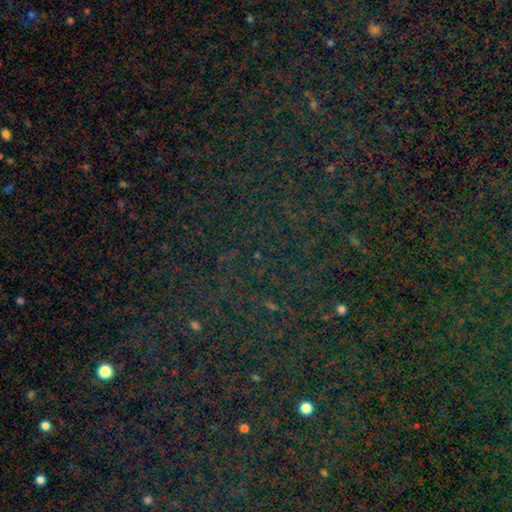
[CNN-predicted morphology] smooth_or_featured: star or artifact (p=0.82) [alt: smooth p=0.11]